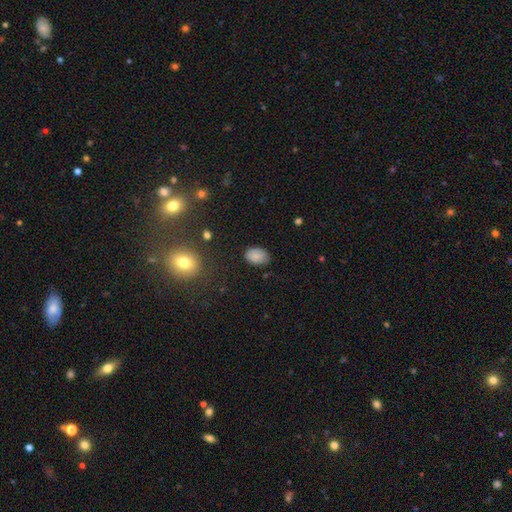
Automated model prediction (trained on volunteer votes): A smooth galaxy with no disk features (82%) that is in between round and cigar-shaped (84%).

Vote fractions:
- Smooth or featured? smooth: 82% / star or artifact: 10% / featured or disk: 8%
- How rounded? in between: 84% / round: 15% / cigar-shaped: 1%
- Merging? none: 80% / minor disturbance: 15% / major disturbance: 3% / merger: 1%